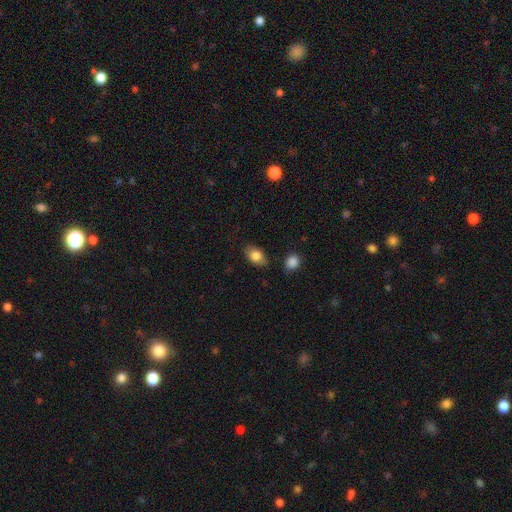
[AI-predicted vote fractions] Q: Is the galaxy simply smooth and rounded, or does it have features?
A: smooth — 82%.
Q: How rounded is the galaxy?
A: in between — 87%.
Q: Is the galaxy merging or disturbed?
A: none — 82%.